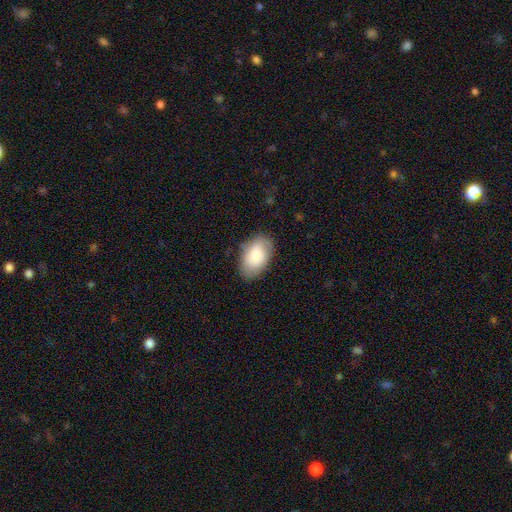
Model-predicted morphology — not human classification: A smooth galaxy with no disk features (85%) that is in between round and cigar-shaped (93%). Merging: none (81%).